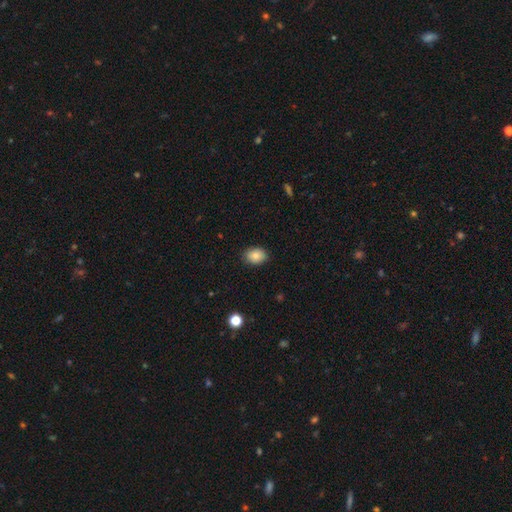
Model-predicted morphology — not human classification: The model was most divided on "how rounded": in between: 67%, round: 32%, cigar-shaped: 1%. More confident: merging — none (86%); smooth or featured — smooth (83%).